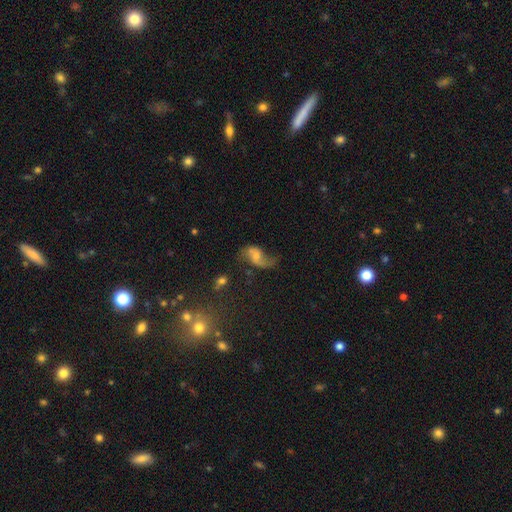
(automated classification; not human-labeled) Smooth or featured: featured or disk — 69% (smooth — 21%)
Edge-on disk: no — 97% (yes — 3%)
Bar: no — 48% (weak — 41%)
Spiral arms: yes — 89% (no — 11%)
Spiral winding: loose — 81% (medium — 15%)
Spiral arm count: 2 — 81% (1 — 12%)
Bulge size: small — 40% (moderate — 32%)
Merging: none — 46% (major disturbance — 25%)